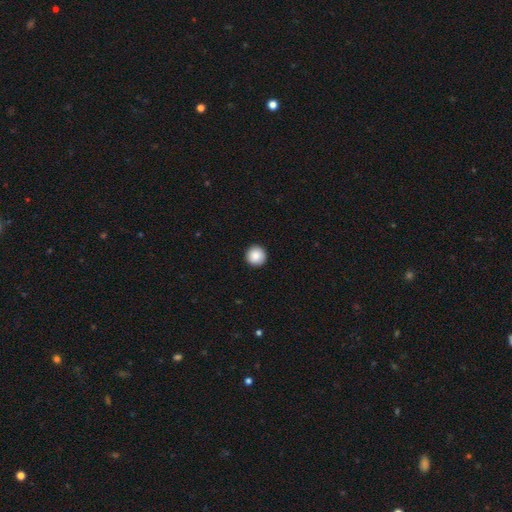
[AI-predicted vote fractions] This is clearly a smooth galaxy (88%). How rounded: clearly round (96%). Merging: clearly none (94%).